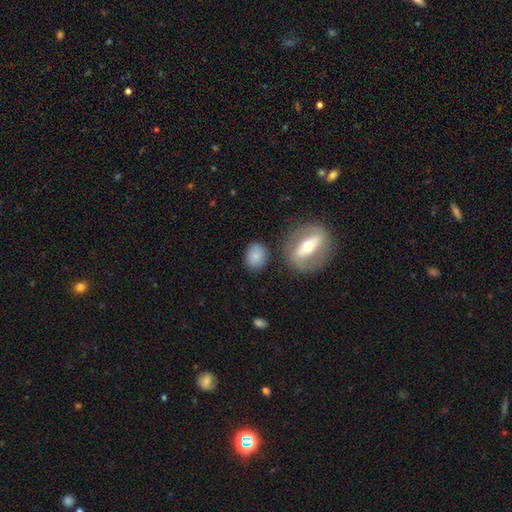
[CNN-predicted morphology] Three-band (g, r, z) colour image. It shows a smooth galaxy with no disk features (79%) that is in between round and cigar-shaped (52%). Merging: none (78%).